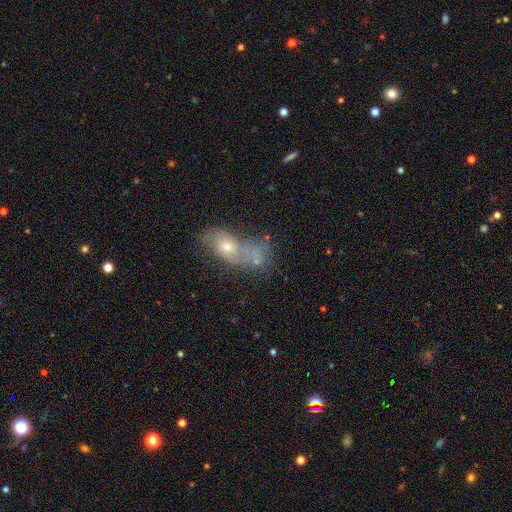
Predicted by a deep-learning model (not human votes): Q: Smooth or featured?
A: smooth (53%); runner-up: featured or disk (33%)
Q: How rounded?
A: in between (73%); runner-up: round (20%)
Q: Merging?
A: merger (45%); runner-up: none (27%)